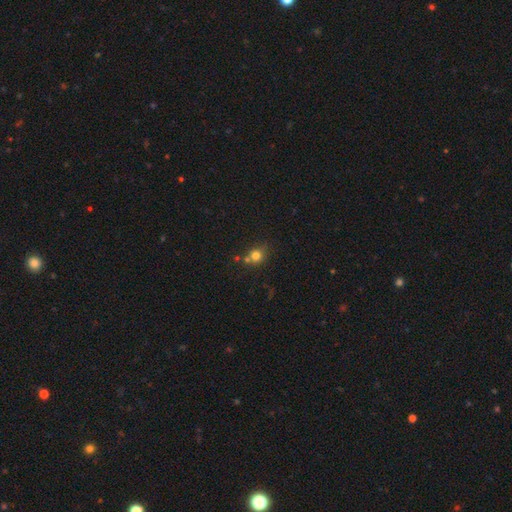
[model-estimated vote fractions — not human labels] Q: Smooth or featured?
A: smooth (76%); runner-up: star or artifact (15%)
Q: How rounded?
A: round (84%); runner-up: in between (15%)
Q: Merging?
A: none (60%); runner-up: merger (22%)